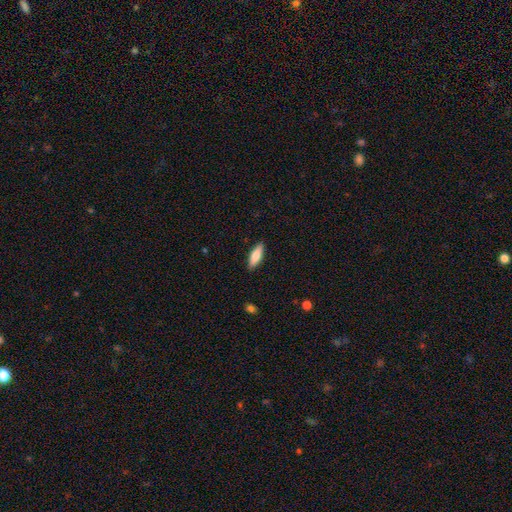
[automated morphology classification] Q: Smooth or featured?
A: smooth (74%); runner-up: featured or disk (21%)
Q: How rounded?
A: in between (55%); runner-up: cigar-shaped (43%)
Q: Merging?
A: none (89%); runner-up: minor disturbance (8%)